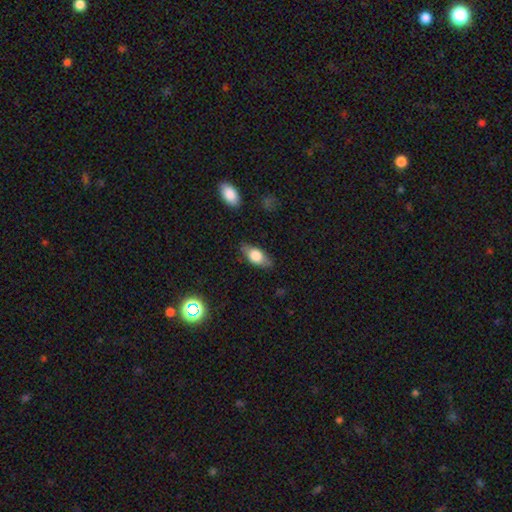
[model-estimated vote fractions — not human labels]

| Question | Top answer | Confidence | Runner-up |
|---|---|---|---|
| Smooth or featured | smooth | 68% | featured or disk (25%) |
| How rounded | in between | 84% | cigar-shaped (11%) |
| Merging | none | 82% | minor disturbance (13%) |